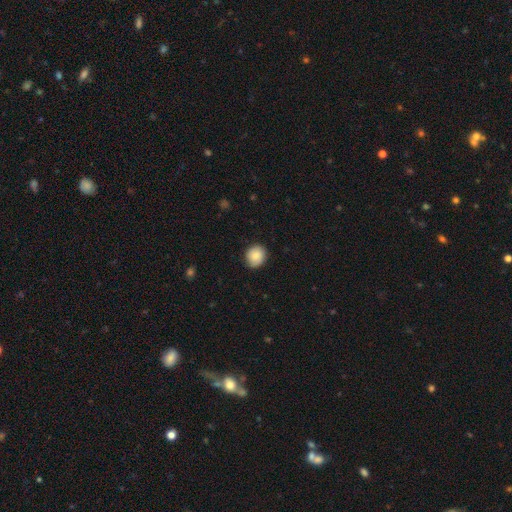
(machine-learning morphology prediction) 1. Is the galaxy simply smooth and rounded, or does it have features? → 83% smooth, 9% featured or disk, 8% star or artifact.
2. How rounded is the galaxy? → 81% round, 18% in between, 1% cigar-shaped.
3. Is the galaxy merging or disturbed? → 85% none, 12% minor disturbance, 2% major disturbance, 1% merger.